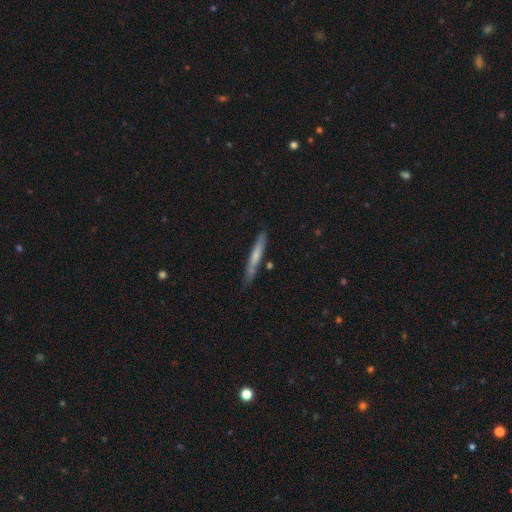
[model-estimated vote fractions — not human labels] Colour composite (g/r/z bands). It shows a smooth galaxy with no disk features (61%) that is cigar-shaped (94%). Merging: none (77%).